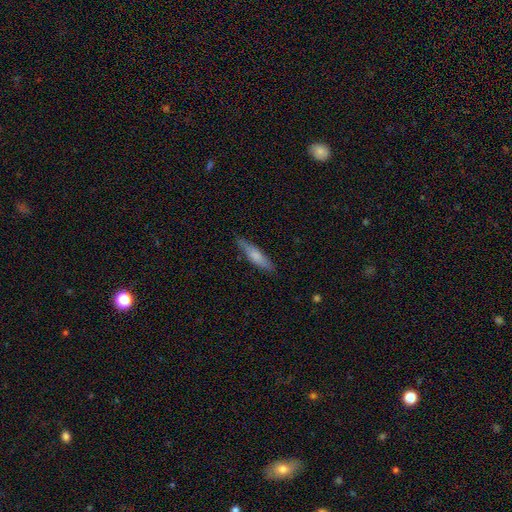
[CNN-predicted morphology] Overall: smooth (70%). How rounded: cigar-shaped (74%). Merging: none (77%).